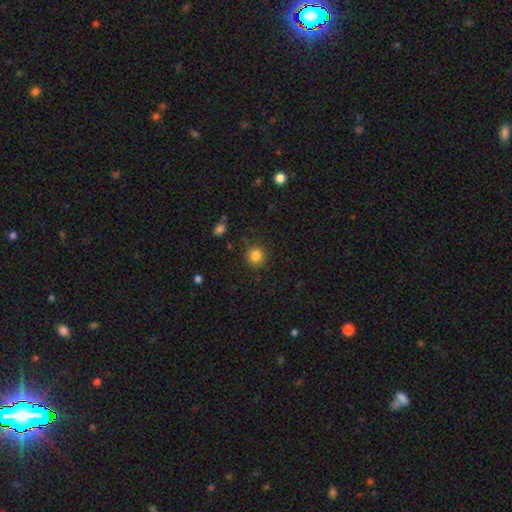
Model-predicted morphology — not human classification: Overall: smooth (84%). How rounded: round (91%). Merging: none (88%).